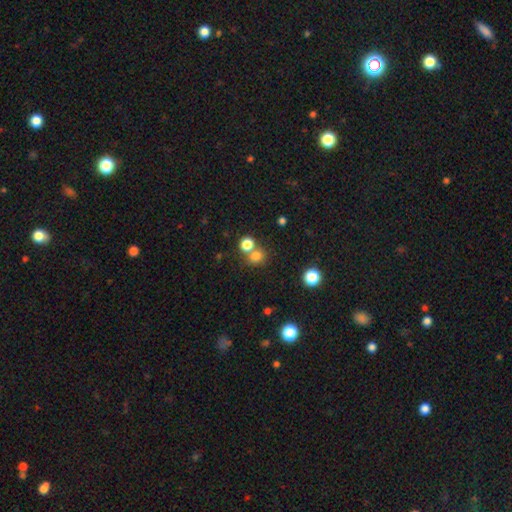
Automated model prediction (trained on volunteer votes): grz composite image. It shows a smooth galaxy with no disk features (76%) that is round (79%). Merging: none (59%).